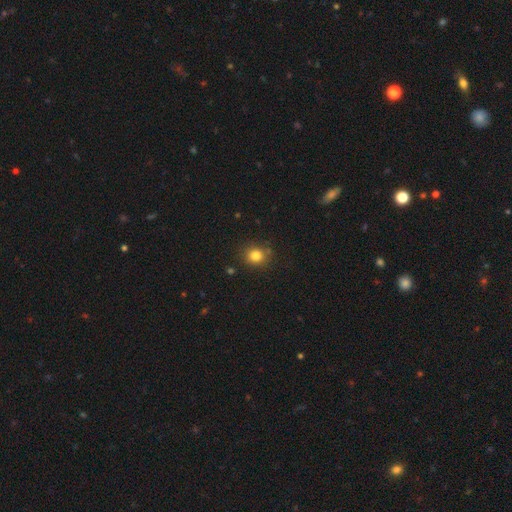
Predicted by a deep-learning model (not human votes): A smooth galaxy with no disk features (82%) that is round (80%). Merging: none (85%).